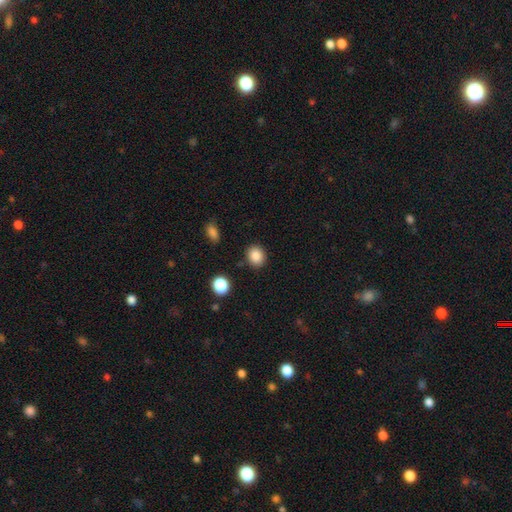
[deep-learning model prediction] A smooth galaxy with no disk features (86%) that is round (69%). Merging: none (87%).